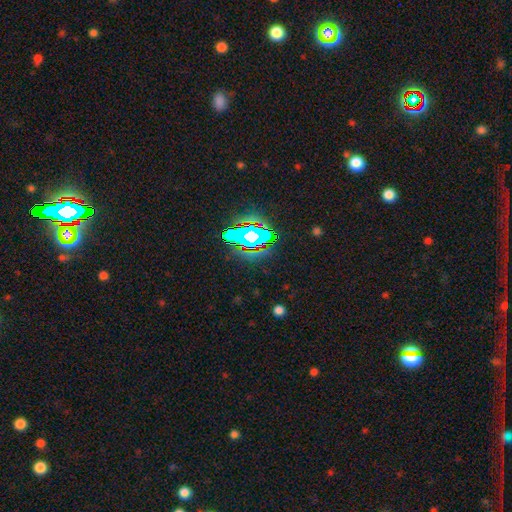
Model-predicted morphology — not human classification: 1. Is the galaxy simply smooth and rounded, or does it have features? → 83% star or artifact, 10% smooth, 7% featured or disk.